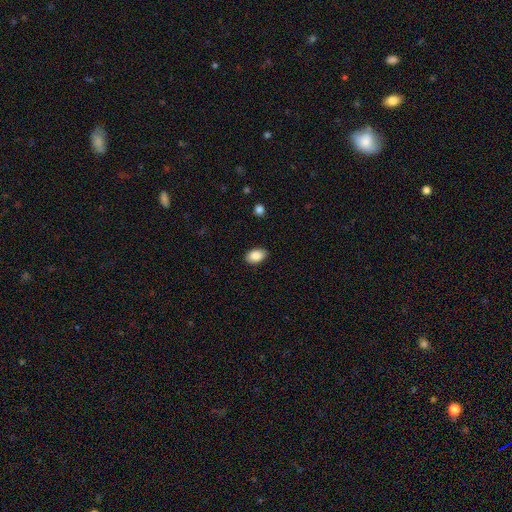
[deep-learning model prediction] smooth-or-featured: smooth: 87% | star or artifact: 7% | featured or disk: 6%
  how-rounded: in between: 90% | round: 9% | cigar-shaped: 1%
  merging: none: 88% | minor disturbance: 9% | major disturbance: 2% | merger: 1%